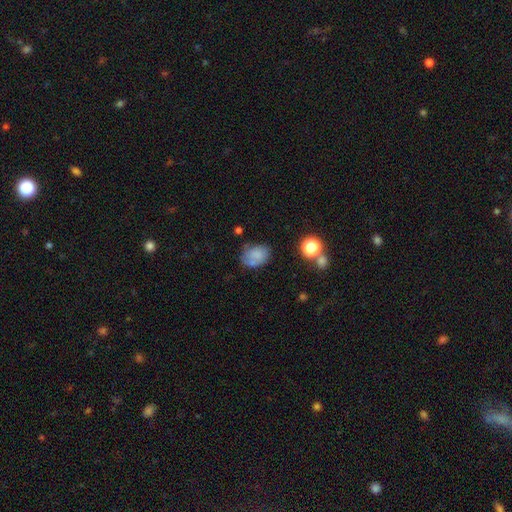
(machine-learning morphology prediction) Smooth or featured: smooth — 72% (featured or disk — 16%)
How rounded: in between — 72% (round — 27%)
Merging: none — 54% (minor disturbance — 25%)